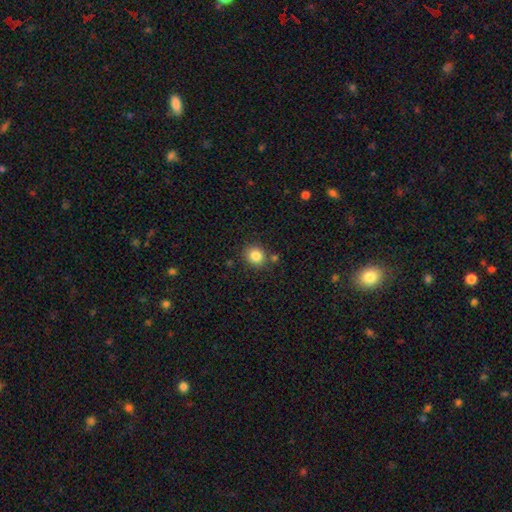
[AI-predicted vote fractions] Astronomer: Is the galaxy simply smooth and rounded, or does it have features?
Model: smooth — 84%.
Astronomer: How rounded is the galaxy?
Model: round — 78%.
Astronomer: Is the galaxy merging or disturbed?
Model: none — 80%.